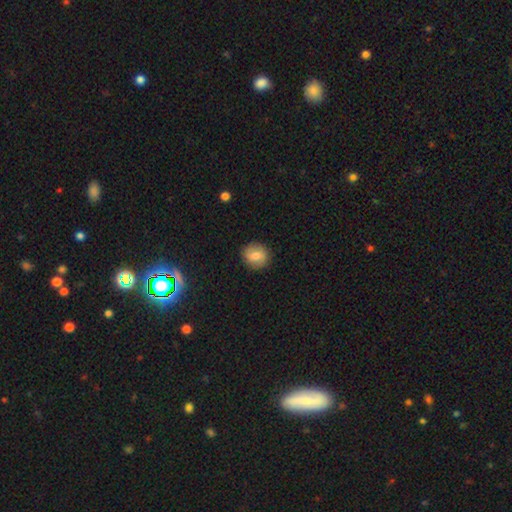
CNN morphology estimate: Overall: smooth (69%). How rounded: round (84%). Merging: none (88%).